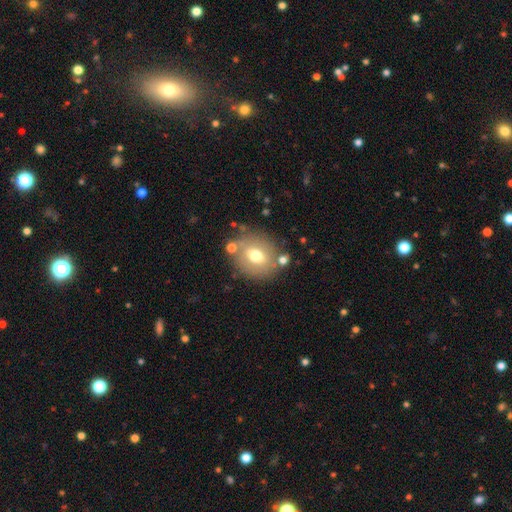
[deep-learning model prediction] Smooth or featured?
  - smooth: 62% *
  - featured or disk: 28%
  - star or artifact: 11%
How rounded?
  - round: 68% *
  - in between: 31%
  - cigar-shaped: 1%
Merging?
  - none: 76% *
  - minor disturbance: 13%
  - merger: 6%
  - major disturbance: 5%